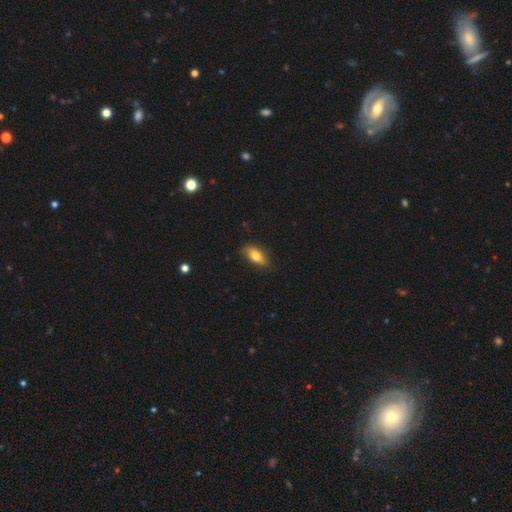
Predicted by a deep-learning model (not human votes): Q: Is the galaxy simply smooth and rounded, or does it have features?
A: smooth — 76%.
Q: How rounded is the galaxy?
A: in between — 80%.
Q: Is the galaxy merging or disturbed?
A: none — 79%.